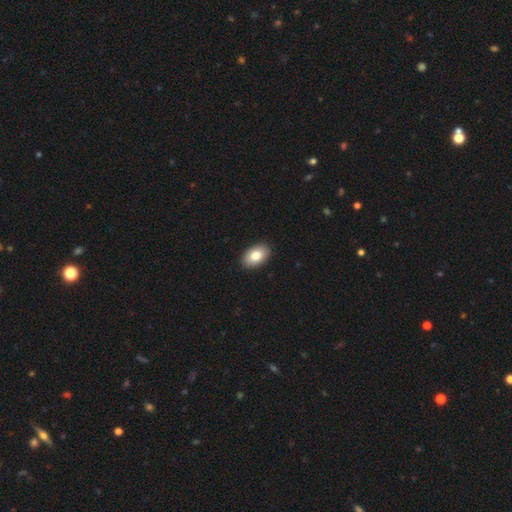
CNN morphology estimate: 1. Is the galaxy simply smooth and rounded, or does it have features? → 81% smooth, 12% featured or disk, 7% star or artifact.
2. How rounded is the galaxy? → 92% in between, 7% round, 1% cigar-shaped.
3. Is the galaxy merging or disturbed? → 90% none, 7% minor disturbance, 2% major disturbance, 1% merger.